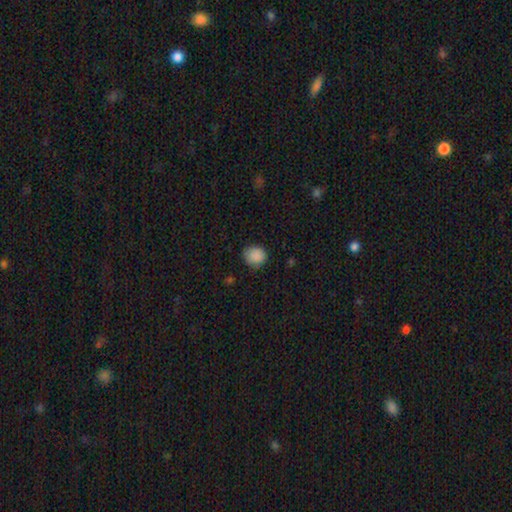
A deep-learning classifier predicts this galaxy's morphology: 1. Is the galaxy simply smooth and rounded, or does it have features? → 88% smooth, 9% star or artifact, 3% featured or disk.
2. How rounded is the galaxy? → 64% round, 35% in between, 1% cigar-shaped.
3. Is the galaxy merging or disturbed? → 75% none, 20% minor disturbance, 3% major disturbance, 1% merger.